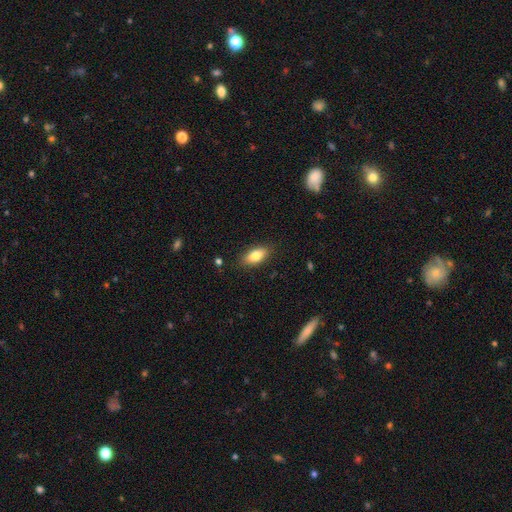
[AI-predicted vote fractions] Smooth or featured? smooth (81%)
How rounded? in between (87%)
Merging? none (86%)